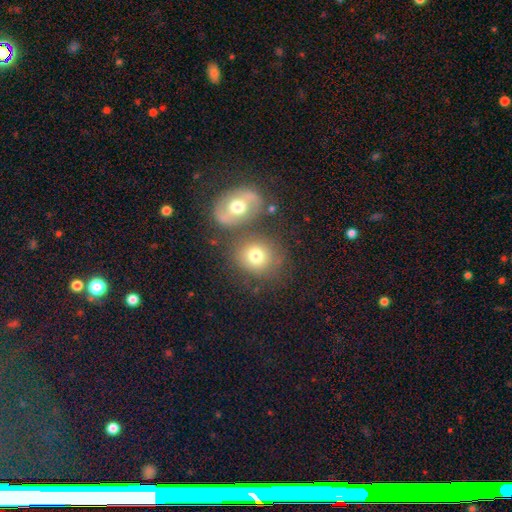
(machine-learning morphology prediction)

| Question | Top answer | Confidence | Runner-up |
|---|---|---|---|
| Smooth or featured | smooth | 69% | featured or disk (22%) |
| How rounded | round | 73% | in between (26%) |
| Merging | none | 55% | merger (28%) |